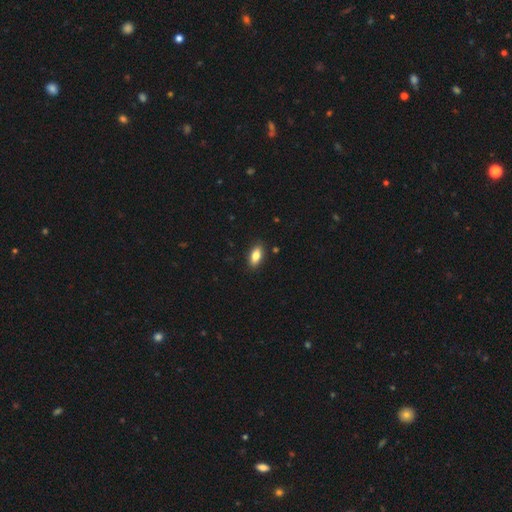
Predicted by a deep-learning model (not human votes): Smooth or featured? smooth (82%)
How rounded? in between (87%)
Merging? none (88%)